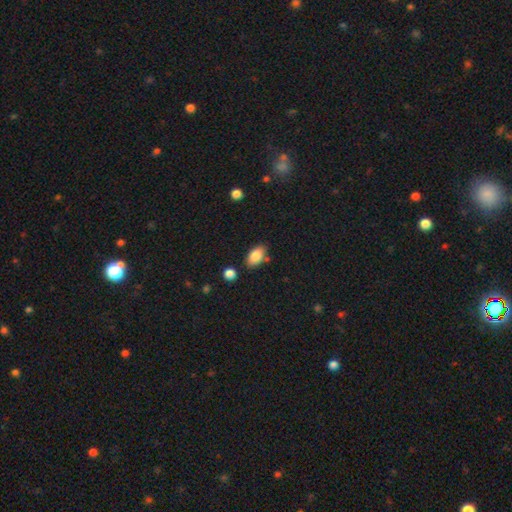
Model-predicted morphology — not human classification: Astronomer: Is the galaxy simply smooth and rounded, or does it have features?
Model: smooth — 85%.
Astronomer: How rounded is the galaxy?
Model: in between — 92%.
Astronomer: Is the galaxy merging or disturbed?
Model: none — 78%.